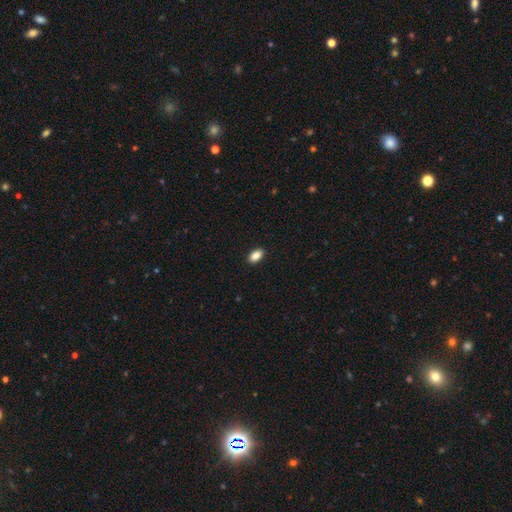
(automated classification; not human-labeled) This appears to be a smooth galaxy with no disk features (87%) that is in between round and cigar-shaped (90%). Merging: none (90%).